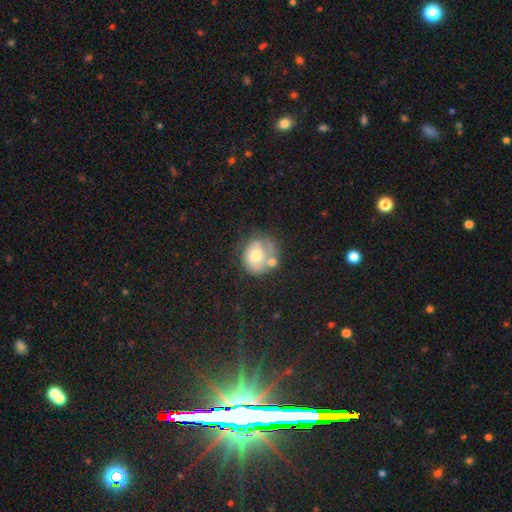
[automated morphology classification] Overall: smooth (54%; featured or disk 38%). How rounded: round (64%; in between 35%). Merging: none (37%; minor disturbance 24%).